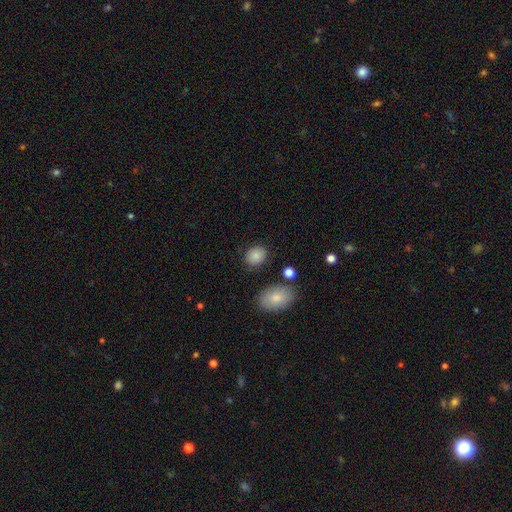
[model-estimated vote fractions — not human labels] smooth 87%, star or artifact 8%, featured or disk 5%. Down the decision tree: how rounded — in between (50%); merging — none (83%).